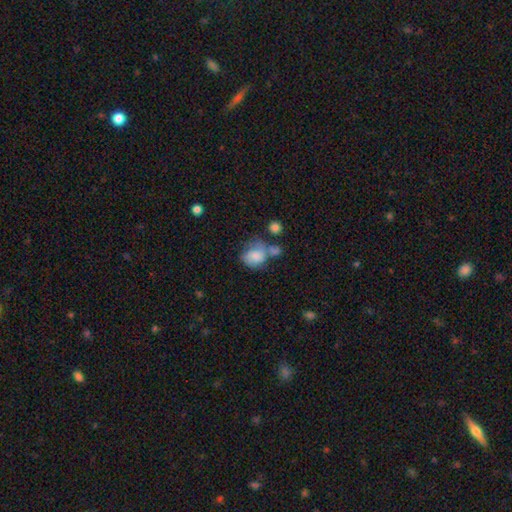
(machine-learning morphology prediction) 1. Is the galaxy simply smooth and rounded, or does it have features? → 67% smooth, 25% featured or disk, 9% star or artifact.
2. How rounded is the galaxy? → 50% round, 49% in between, 1% cigar-shaped.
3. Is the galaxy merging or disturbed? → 29% none, 28% merger, 23% minor disturbance, 19% major disturbance.